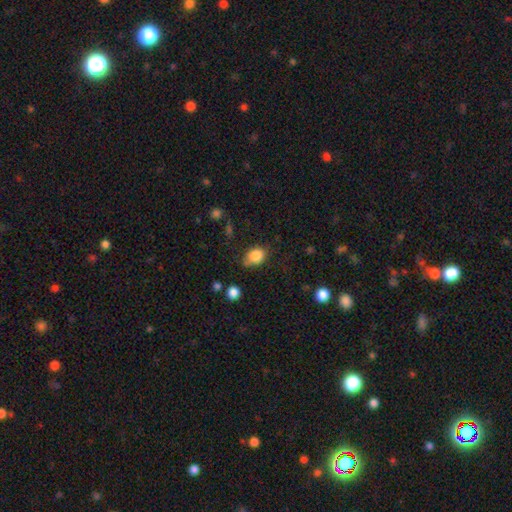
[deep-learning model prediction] This is clearly a smooth galaxy (85%). How rounded: possibly in between (59%). Merging: likely none (64%).